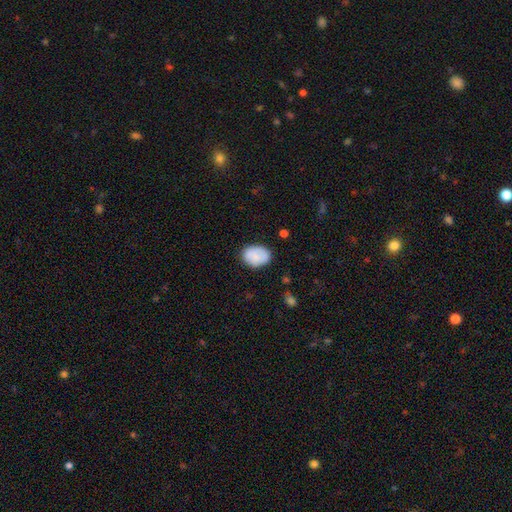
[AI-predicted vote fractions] Overall: smooth (83%). How rounded: in between (74%). Merging: none (79%).